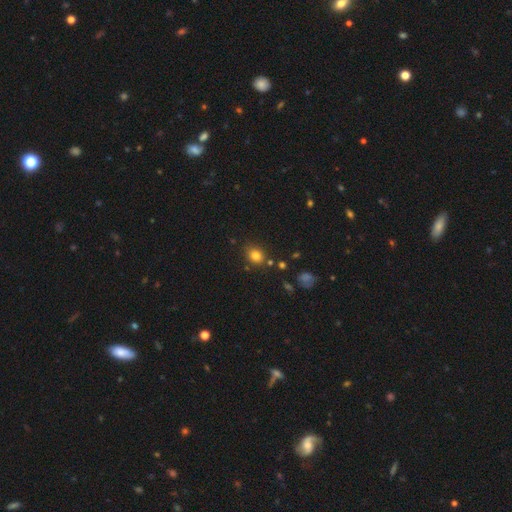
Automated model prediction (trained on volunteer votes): Smooth or featured? smooth (80%)
How rounded? round (58%)
Merging? none (79%)